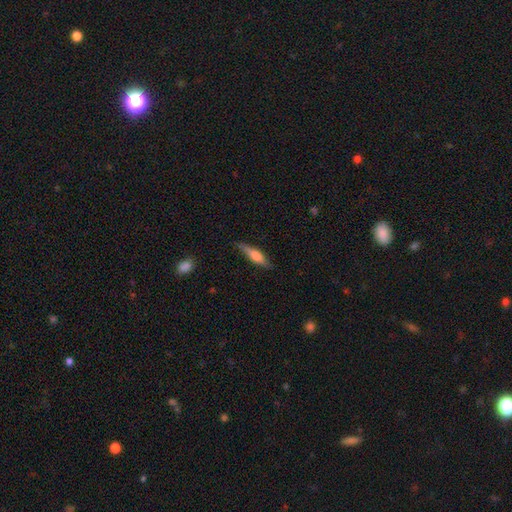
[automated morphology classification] This appears to be a smooth galaxy with no disk features (57%) that is cigar-shaped (71%). Merging: none (75%).